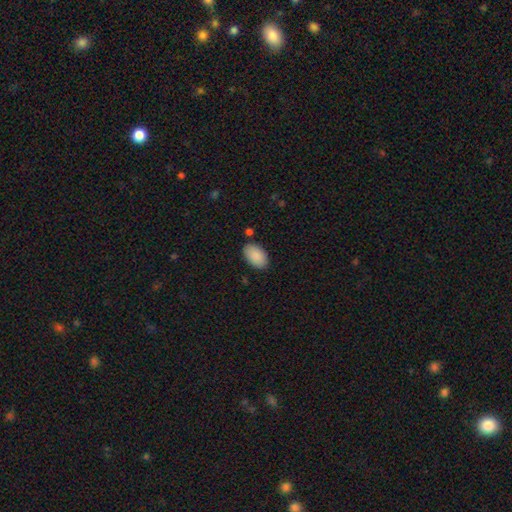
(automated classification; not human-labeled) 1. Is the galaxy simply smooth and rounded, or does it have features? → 90% smooth, 6% star or artifact, 4% featured or disk.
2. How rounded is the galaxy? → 94% in between, 5% round, 1% cigar-shaped.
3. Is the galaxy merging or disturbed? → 84% none, 11% minor disturbance, 3% merger, 3% major disturbance.